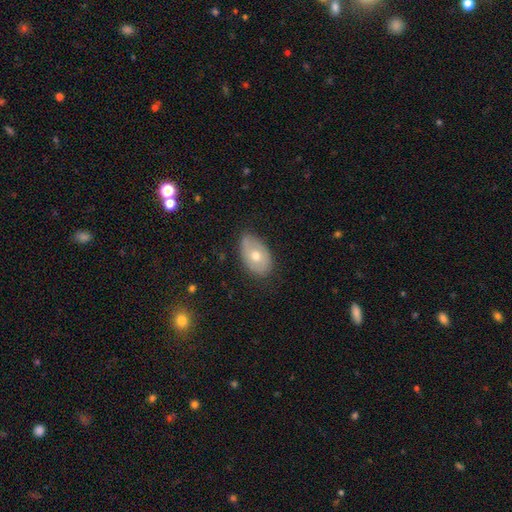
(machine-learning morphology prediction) This is possibly a smooth galaxy (58%). How rounded: clearly in between (88%). Merging: likely none (71%).